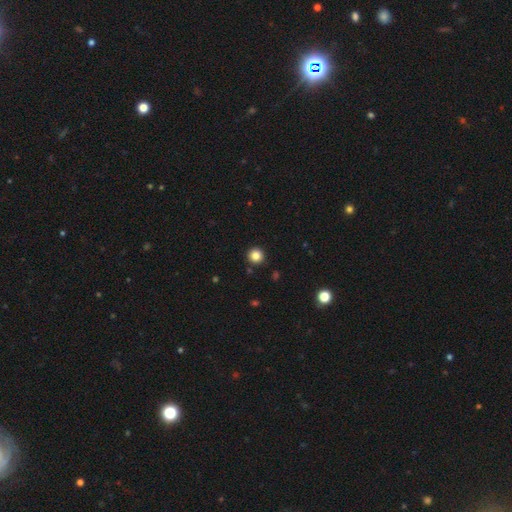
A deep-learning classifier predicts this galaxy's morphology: Smooth or featured? Predicted: smooth (p=0.84). How rounded? Predicted: round (p=0.95). Merging? Predicted: none (p=0.92).